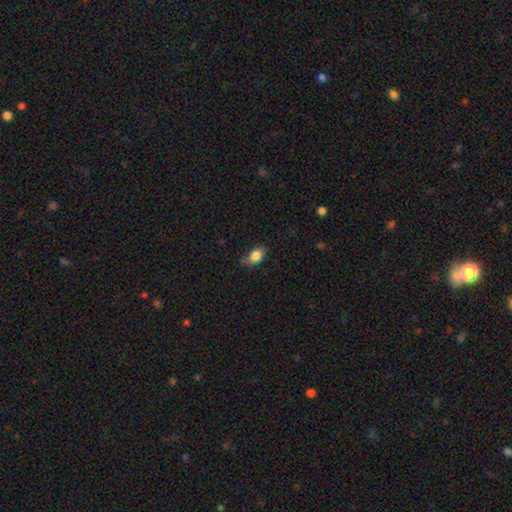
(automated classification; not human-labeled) A smooth galaxy with no disk features (85%) that is in between round and cigar-shaped (85%). Merging: none (67%).